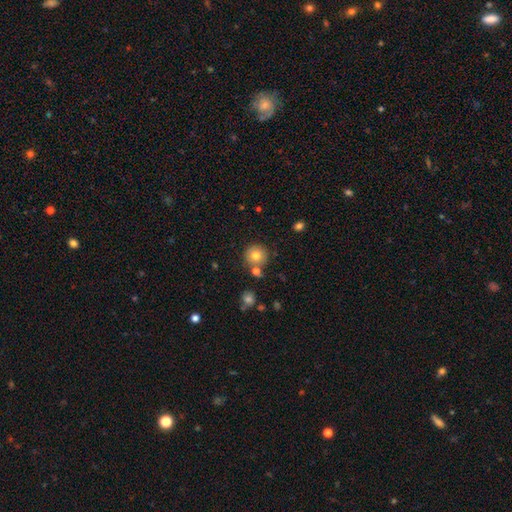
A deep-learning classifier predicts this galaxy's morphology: A smooth galaxy with no disk features (77%) that is round (93%). Merging: none (75%).